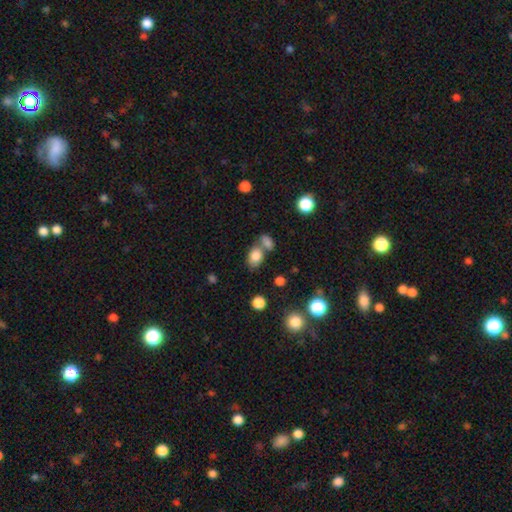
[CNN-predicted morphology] Q: Smooth or featured?
A: smooth (82%); runner-up: star or artifact (10%)
Q: How rounded?
A: in between (77%); runner-up: round (22%)
Q: Merging?
A: none (46%); runner-up: merger (38%)